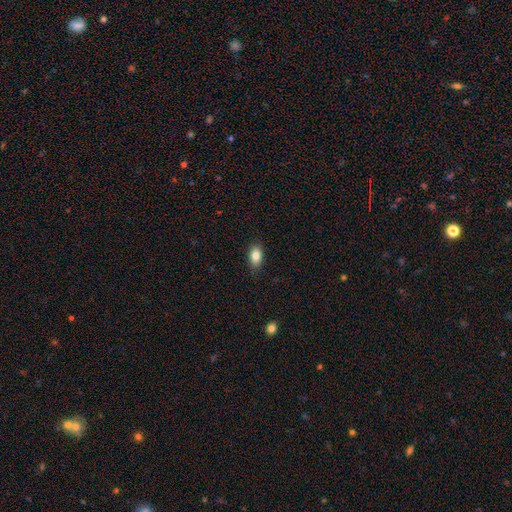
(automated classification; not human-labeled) A smooth galaxy with no disk features (84%) that is in between round and cigar-shaped (88%).

Vote fractions:
- Smooth or featured? smooth: 84% / featured or disk: 8% / star or artifact: 8%
- How rounded? in between: 88% / round: 9% / cigar-shaped: 3%
- Merging? none: 86% / minor disturbance: 11% / major disturbance: 2% / merger: 1%